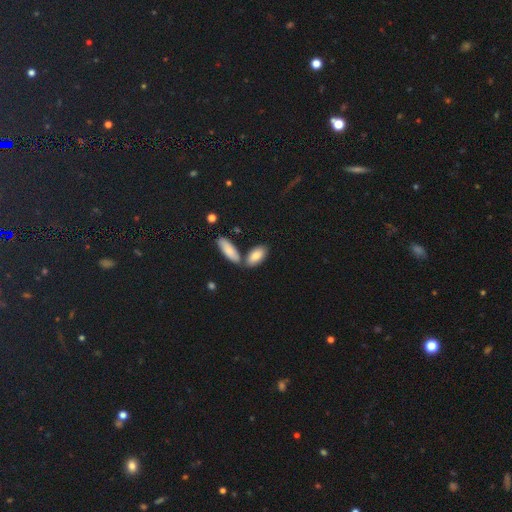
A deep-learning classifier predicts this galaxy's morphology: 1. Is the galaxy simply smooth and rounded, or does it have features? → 83% smooth, 11% featured or disk, 6% star or artifact.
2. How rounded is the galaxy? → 86% in between, 12% cigar-shaped, 3% round.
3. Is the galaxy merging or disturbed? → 63% none, 22% merger, 12% minor disturbance, 3% major disturbance.